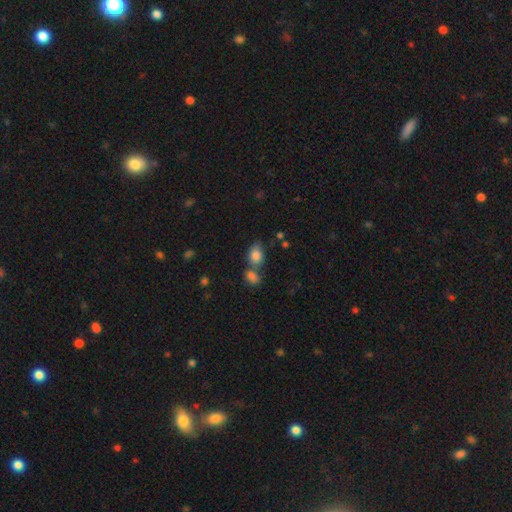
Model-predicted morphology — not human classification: This is clearly a smooth galaxy (83%). How rounded: likely in between (79%). Merging: marginally none (41%, tied with merger).